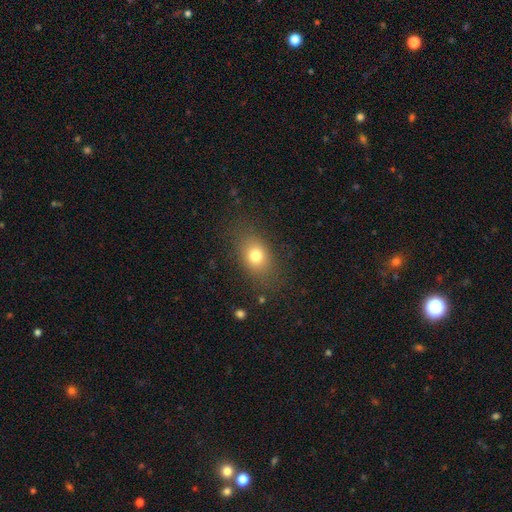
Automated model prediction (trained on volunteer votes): Smooth or featured? smooth (76%)
How rounded? in between (69%)
Merging? none (79%)